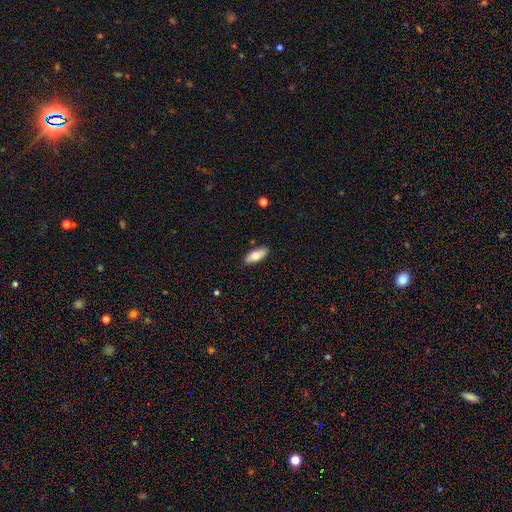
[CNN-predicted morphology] smooth_or_featured: smooth (p=0.83) [alt: featured or disk p=0.11]
how_rounded: in between (p=0.79) [alt: cigar-shaped p=0.19]
merging: none (p=0.83) [alt: minor disturbance p=0.13]